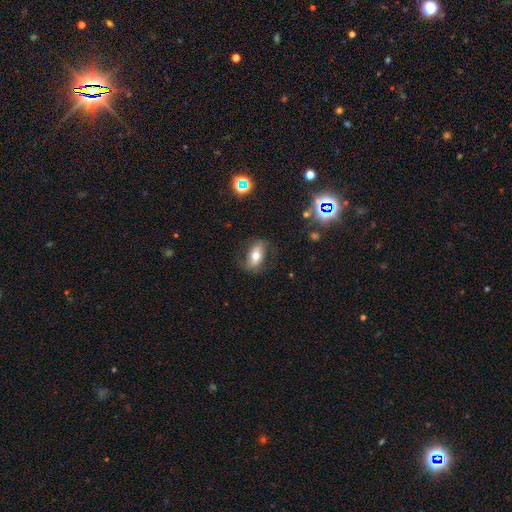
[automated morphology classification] Overall: smooth (48%; featured or disk 42%). Merging: none (70%).